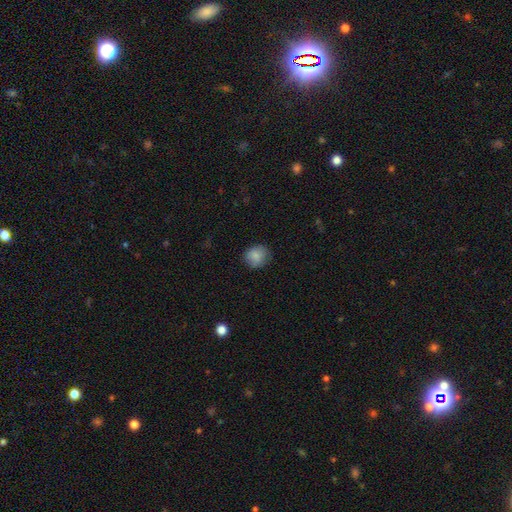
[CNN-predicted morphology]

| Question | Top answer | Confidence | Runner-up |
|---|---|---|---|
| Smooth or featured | smooth | 85% | star or artifact (8%) |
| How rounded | round | 77% | in between (22%) |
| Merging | none | 77% | minor disturbance (18%) |